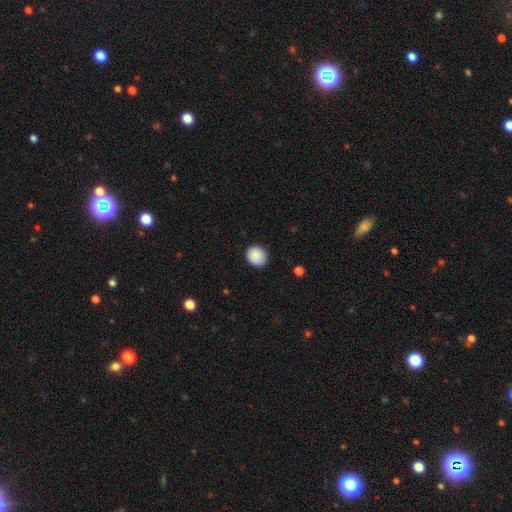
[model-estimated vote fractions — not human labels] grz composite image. It shows a smooth galaxy with no disk features (89%) that is round (74%). Merging: none (86%).